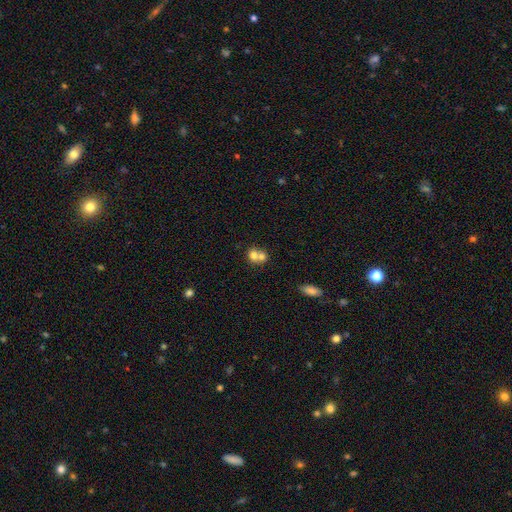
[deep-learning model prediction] This appears to be a smooth galaxy with no disk features (71%) that is round (74%). Merging: merger (64%).